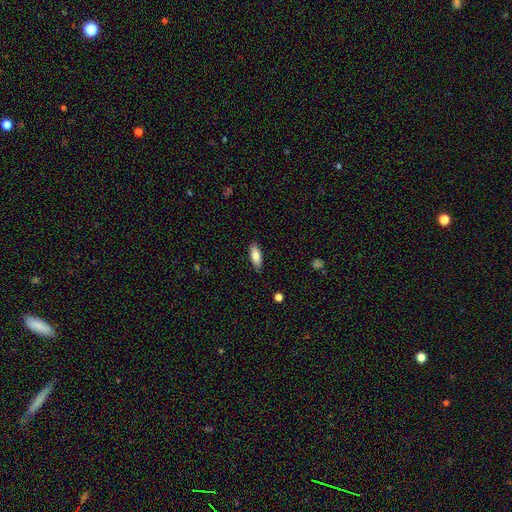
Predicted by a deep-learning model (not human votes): smooth_or_featured: smooth (p=0.82) [alt: featured or disk p=0.12]
how_rounded: in between (p=0.72) [alt: cigar-shaped p=0.26]
merging: none (p=0.87) [alt: minor disturbance p=0.10]